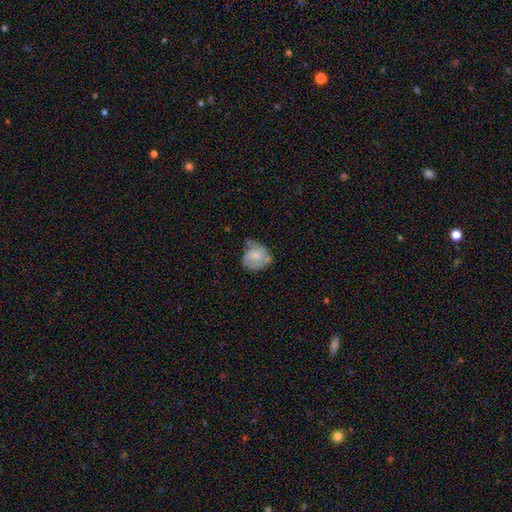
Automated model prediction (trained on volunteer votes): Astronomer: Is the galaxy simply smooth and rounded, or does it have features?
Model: smooth — 57% (runner-up: featured or disk, 36%).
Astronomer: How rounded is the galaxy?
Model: round — 66%.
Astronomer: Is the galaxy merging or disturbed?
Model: none — 43% (runner-up: minor disturbance, 35%).